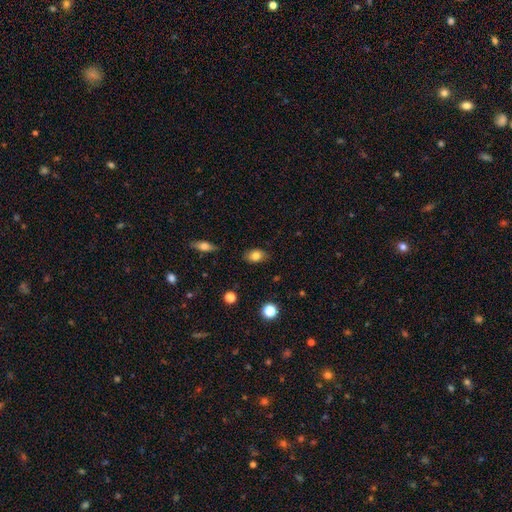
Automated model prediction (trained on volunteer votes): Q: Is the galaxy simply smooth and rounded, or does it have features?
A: smooth — 82%.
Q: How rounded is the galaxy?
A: in between — 80%.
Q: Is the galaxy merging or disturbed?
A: none — 84%.